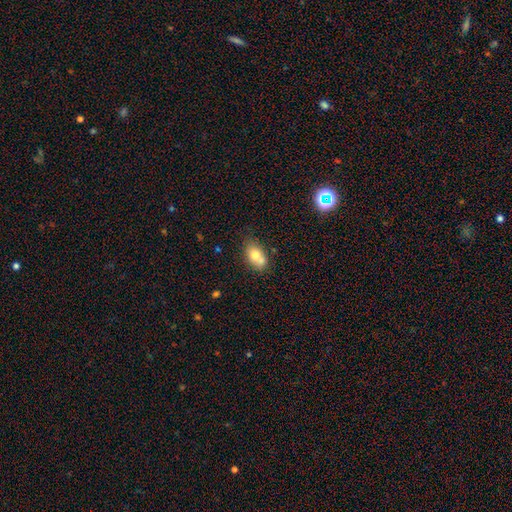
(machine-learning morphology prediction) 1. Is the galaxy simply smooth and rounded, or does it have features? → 73% smooth, 18% featured or disk, 9% star or artifact.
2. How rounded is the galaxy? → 81% in between, 17% round, 2% cigar-shaped.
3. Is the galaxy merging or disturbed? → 52% none, 26% merger, 17% minor disturbance, 5% major disturbance.